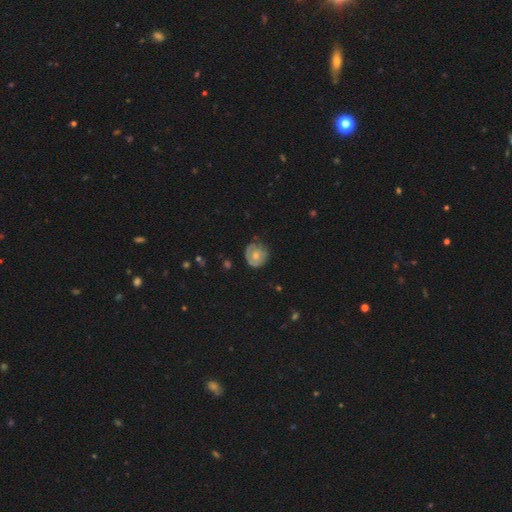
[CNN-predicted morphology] smooth-or-featured: featured or disk: 50% | smooth: 44% | star or artifact: 7%
  merging: none: 65% | minor disturbance: 25% | major disturbance: 8% | merger: 2%